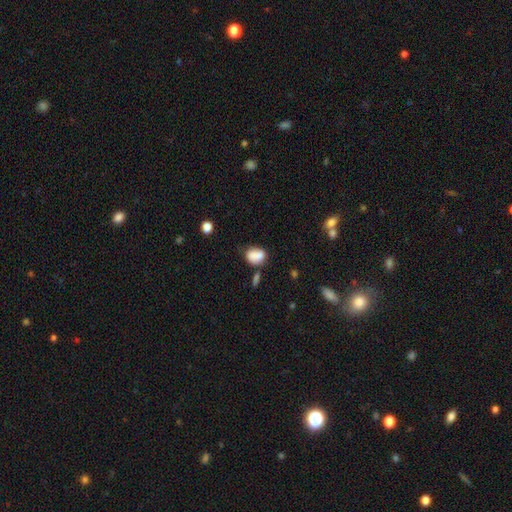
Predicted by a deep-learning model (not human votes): This is clearly a smooth galaxy (81%). How rounded: likely in between (63%). Merging: possibly none (49%).